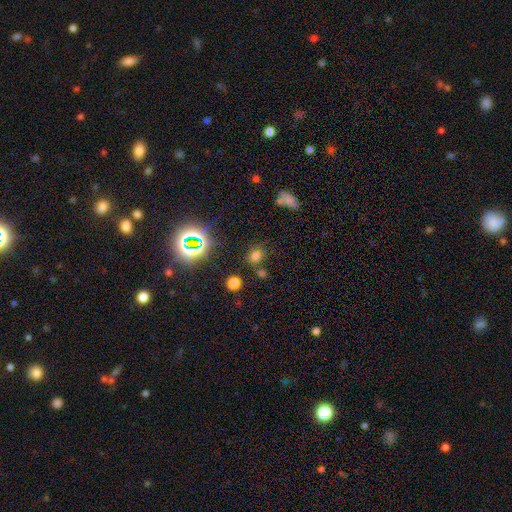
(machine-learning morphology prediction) A smooth galaxy with no disk features (61%) that is round (65%). Merging: none (70%).